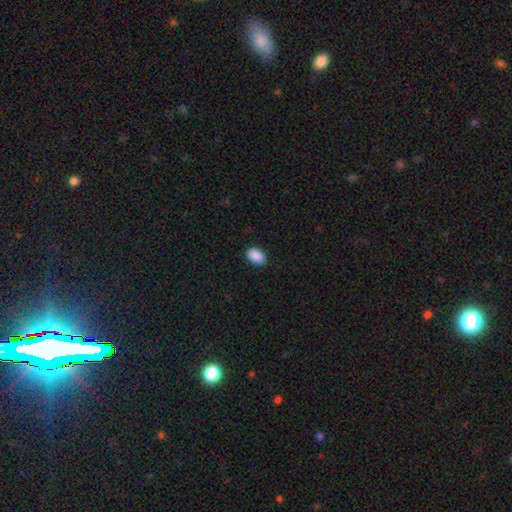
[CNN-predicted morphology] This is clearly a smooth galaxy (91%). How rounded: clearly in between (91%). Merging: clearly none (89%).